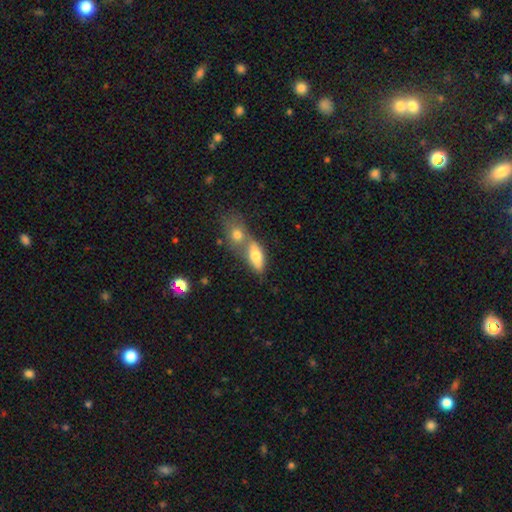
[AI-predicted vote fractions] Smooth or featured? smooth (73%)
How rounded? in between (78%)
Merging? merger (53%)